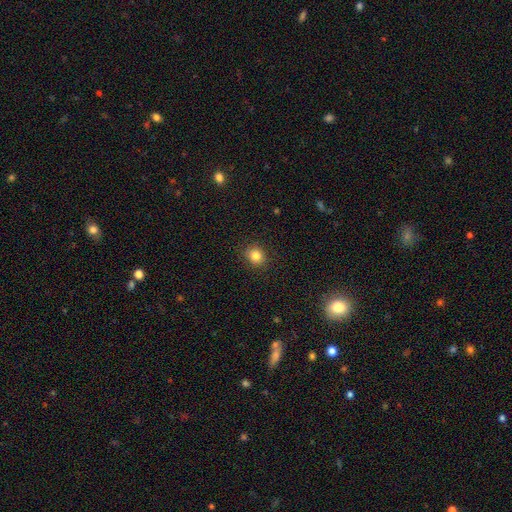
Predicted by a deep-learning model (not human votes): This is clearly a smooth galaxy (82%). How rounded: clearly round (80%). Merging: clearly none (89%).